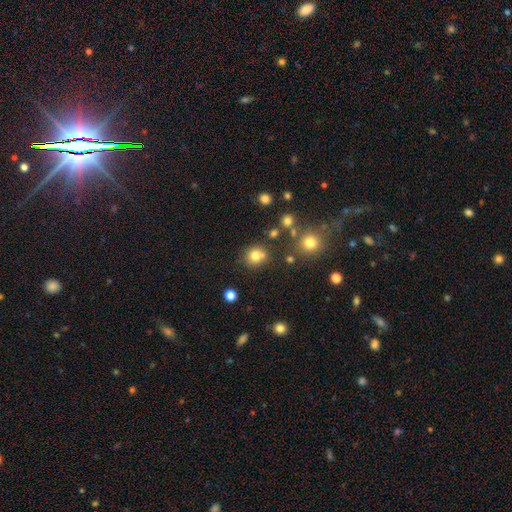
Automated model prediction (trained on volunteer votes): This is likely a smooth galaxy (77%). How rounded: clearly round (86%). Merging: likely none (71%).